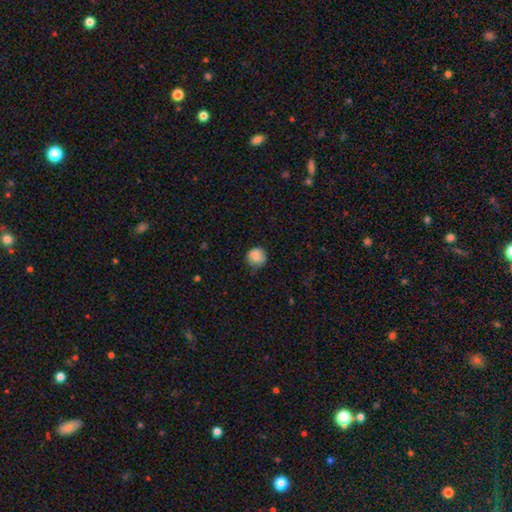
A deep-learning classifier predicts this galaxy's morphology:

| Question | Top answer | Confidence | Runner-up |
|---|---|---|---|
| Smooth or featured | smooth | 83% | star or artifact (8%) |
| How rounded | round | 86% | in between (13%) |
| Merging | none | 63% | minor disturbance (28%) |